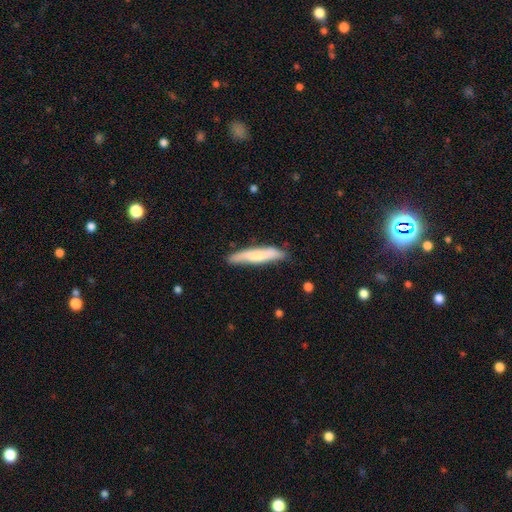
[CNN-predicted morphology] Smooth or featured? Predicted: smooth (p=0.58). How rounded? Predicted: cigar-shaped (p=0.88). Merging? Predicted: none (p=0.81).